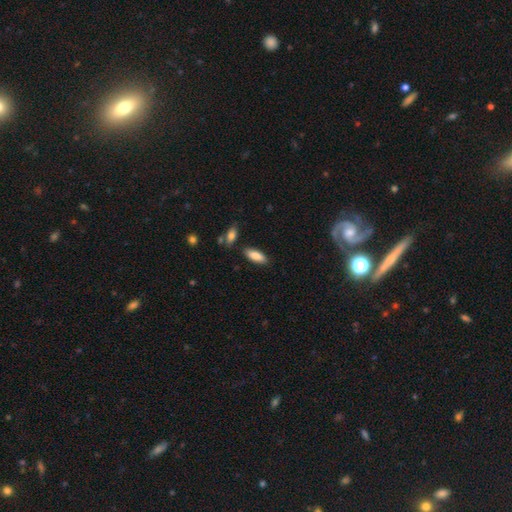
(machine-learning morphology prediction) A smooth galaxy with no disk features (86%) that is in between round and cigar-shaped (72%).

Vote fractions:
- Smooth or featured? smooth: 86% / featured or disk: 8% / star or artifact: 6%
- How rounded? in between: 72% / cigar-shaped: 26% / round: 2%
- Merging? none: 84% / minor disturbance: 10% / merger: 3% / major disturbance: 2%